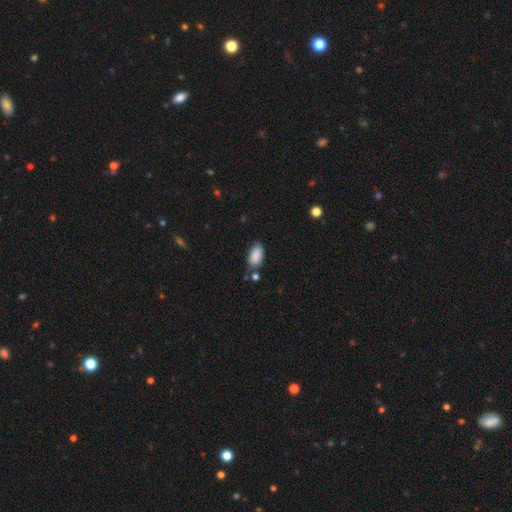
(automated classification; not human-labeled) smooth 88%, star or artifact 7%, featured or disk 5%. Down the decision tree: how rounded — in between (93%); merging — none (68%).